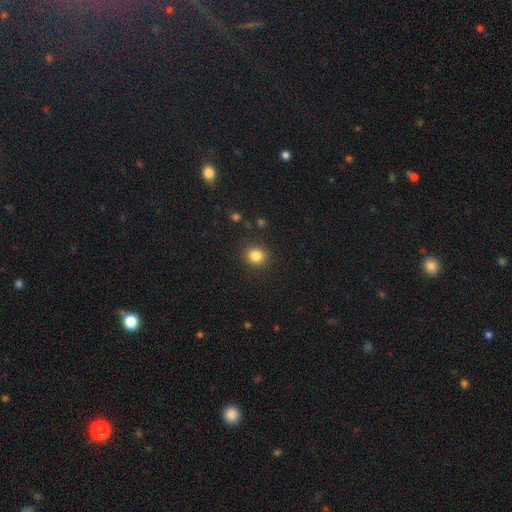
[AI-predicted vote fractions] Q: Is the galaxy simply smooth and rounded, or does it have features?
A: smooth — 84%.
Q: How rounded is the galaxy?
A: round — 80%.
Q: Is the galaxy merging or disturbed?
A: none — 90%.